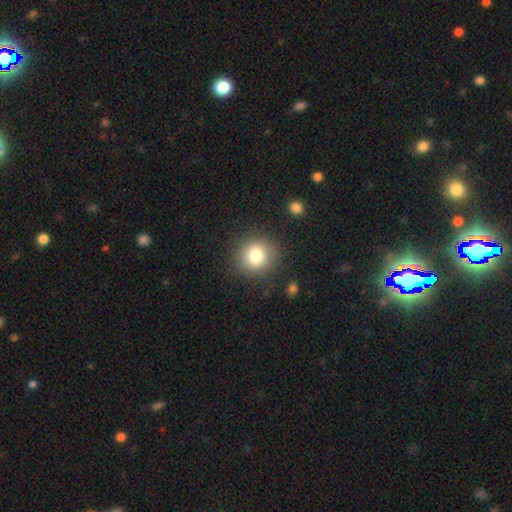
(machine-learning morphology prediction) smooth-or-featured: smooth: 80% | star or artifact: 11% | featured or disk: 9%
  how-rounded: round: 87% | in between: 12% | cigar-shaped: 1%
  merging: none: 87% | minor disturbance: 8% | major disturbance: 3% | merger: 2%